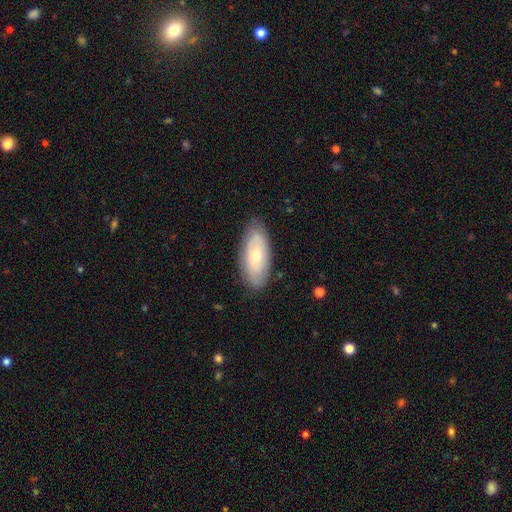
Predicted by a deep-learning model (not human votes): A smooth galaxy with no disk features (51%) that is in between round and cigar-shaped (86%). Merging: none (83%).